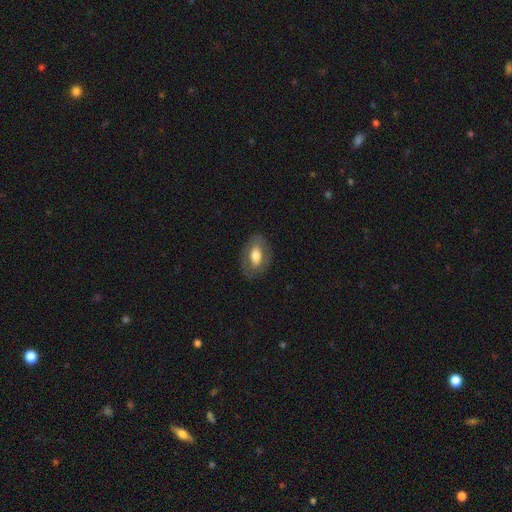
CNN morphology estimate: Q: Smooth or featured?
A: smooth (58%); runner-up: featured or disk (36%)
Q: How rounded?
A: in between (89%); runner-up: round (9%)
Q: Merging?
A: none (81%); runner-up: minor disturbance (13%)